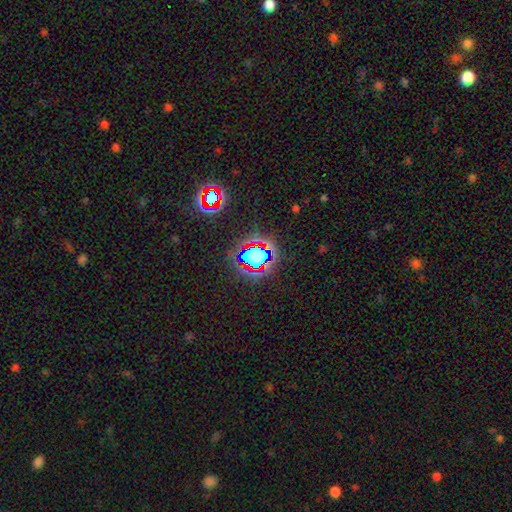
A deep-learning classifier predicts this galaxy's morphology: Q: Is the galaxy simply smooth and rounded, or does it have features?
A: star or artifact — 63%.